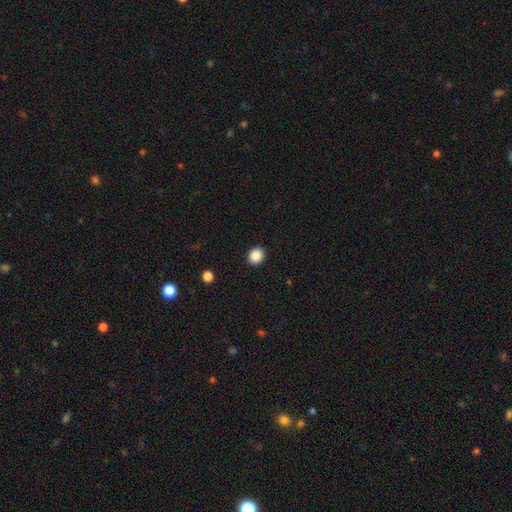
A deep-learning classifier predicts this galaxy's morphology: Smooth or featured? smooth (87%)
How rounded? round (72%)
Merging? none (92%)